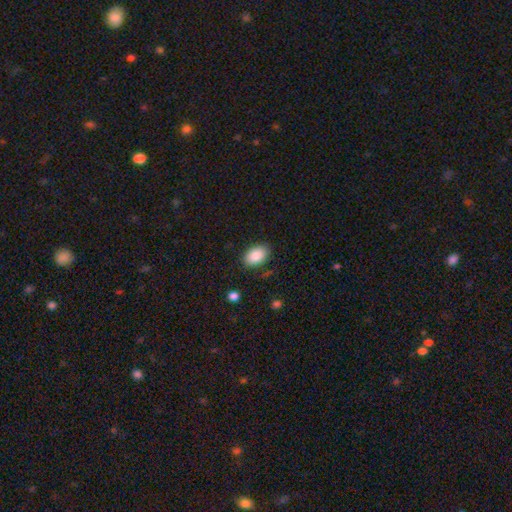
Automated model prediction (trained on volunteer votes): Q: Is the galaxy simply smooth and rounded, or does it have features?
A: smooth — 88%.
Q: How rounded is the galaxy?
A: in between — 90%.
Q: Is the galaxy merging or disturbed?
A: none — 84%.